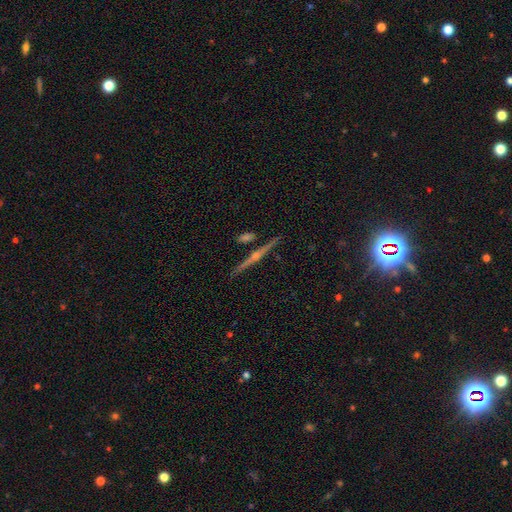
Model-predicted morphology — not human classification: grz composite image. It shows a featured or disk galaxy (57%) viewed edge-on (91%) with a rounded central bulge (66%). Merging: none (84%).